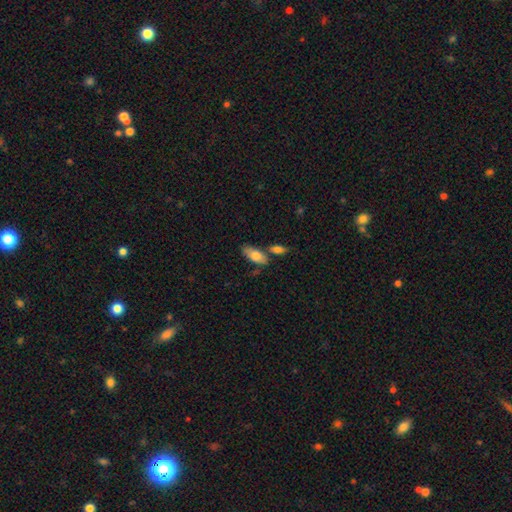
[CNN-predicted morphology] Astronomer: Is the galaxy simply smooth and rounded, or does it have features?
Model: smooth — 76%.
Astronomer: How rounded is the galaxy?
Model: in between — 84%.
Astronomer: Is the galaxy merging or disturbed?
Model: none — 59%.